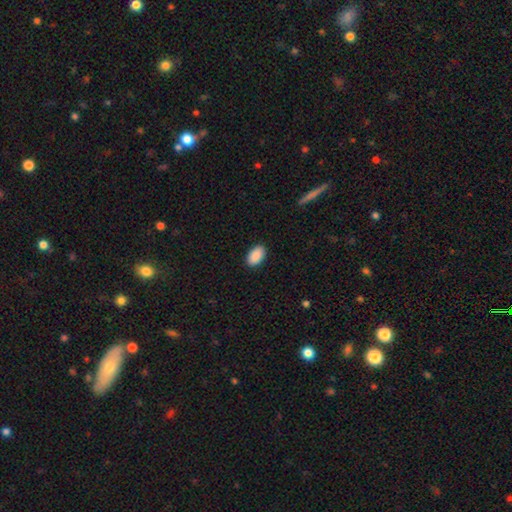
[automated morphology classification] The model was most divided on "merging": none: 90%, minor disturbance: 8%, major disturbance: 2%, merger: 1%. More confident: how rounded — in between (93%); smooth or featured — smooth (91%).